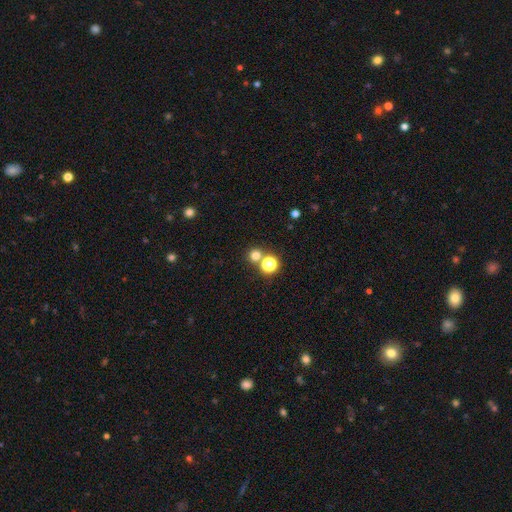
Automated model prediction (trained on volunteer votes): Smooth or featured? smooth (71%)
How rounded? round (91%)
Merging? none (71%)